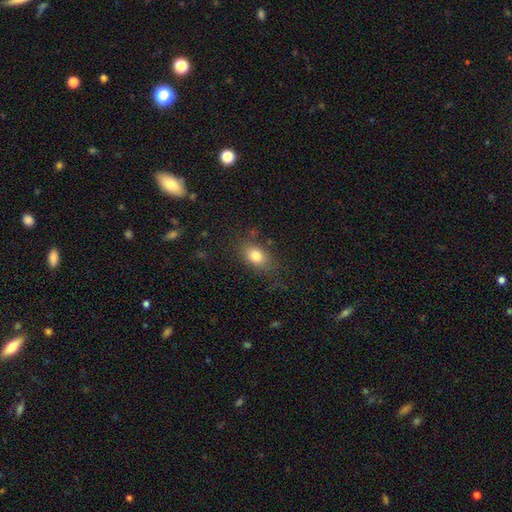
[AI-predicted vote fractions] Smooth or featured? smooth (80%)
How rounded? in between (79%)
Merging? none (75%)